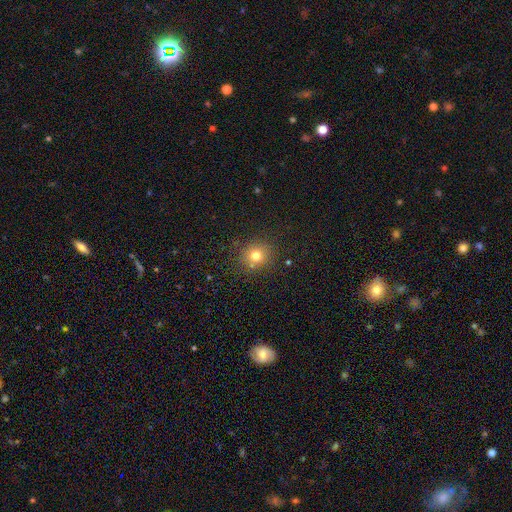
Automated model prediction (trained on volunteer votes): A smooth galaxy with no disk features (76%) that is round (84%).

Vote fractions:
- Smooth or featured? smooth: 76% / star or artifact: 16% / featured or disk: 8%
- How rounded? round: 84% / in between: 15% / cigar-shaped: 1%
- Merging? none: 83% / minor disturbance: 10% / merger: 4% / major disturbance: 3%